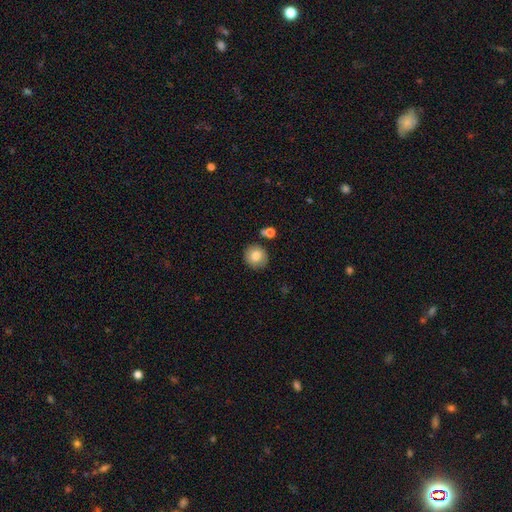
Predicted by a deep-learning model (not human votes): Smooth or featured: smooth — 81% (featured or disk — 10%)
How rounded: round — 88% (in between — 11%)
Merging: none — 84% (minor disturbance — 9%)